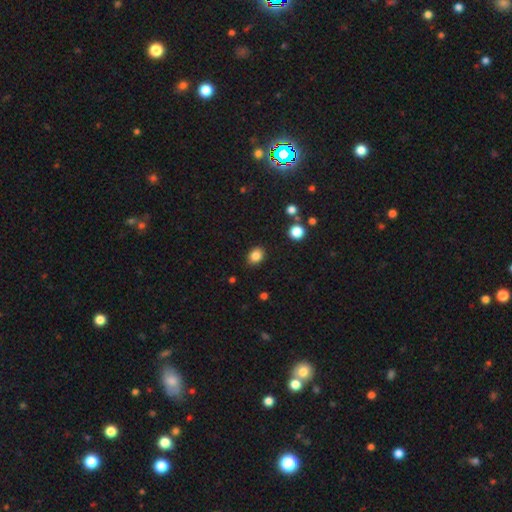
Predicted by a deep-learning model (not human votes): The model was most divided on "how rounded": in between: 54%, round: 45%, cigar-shaped: 1%. More confident: merging — none (88%); smooth or featured — smooth (85%).